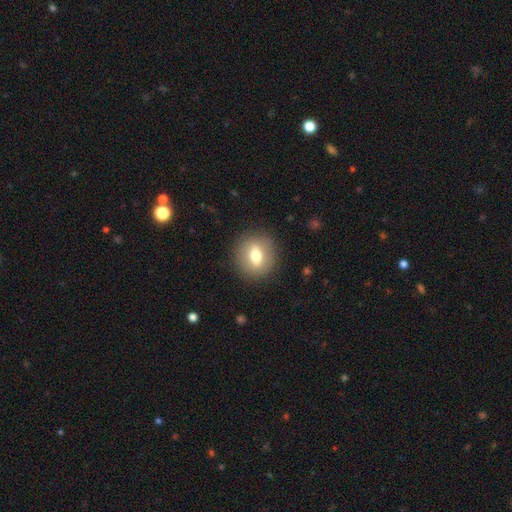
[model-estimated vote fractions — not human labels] Overall: smooth (66%). How rounded: round (71%). Merging: none (87%).